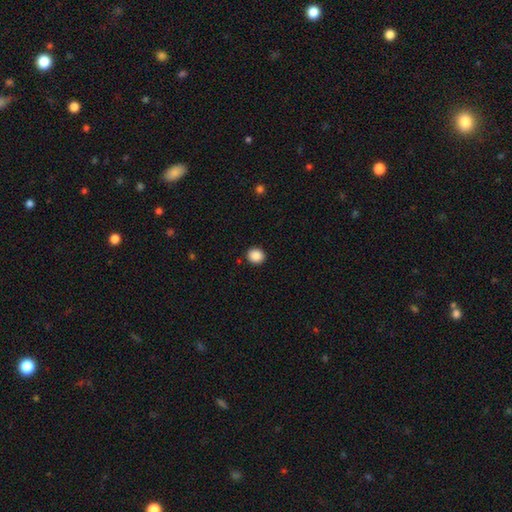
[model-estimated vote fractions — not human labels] Overall: smooth (88%). How rounded: round (81%). Merging: none (91%).